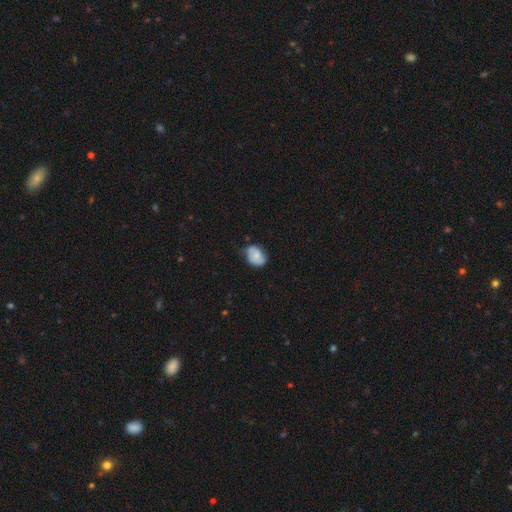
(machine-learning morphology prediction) Overall: smooth (60%; featured or disk 33%). How rounded: in between (68%; round 31%). Merging: none (58%; minor disturbance 33%).